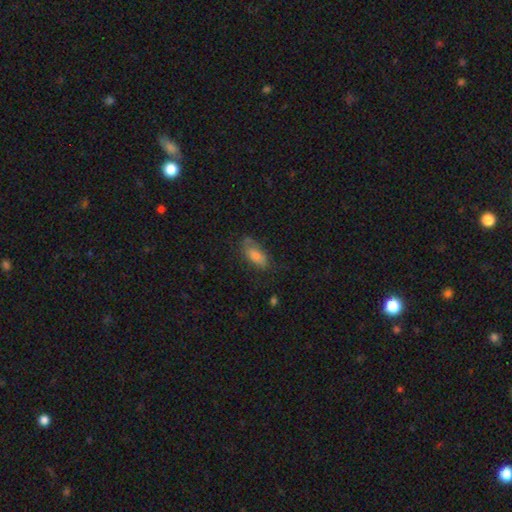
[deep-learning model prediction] Morphology: type=smooth (74%); roundness=in between (82%); merging=none (59%).